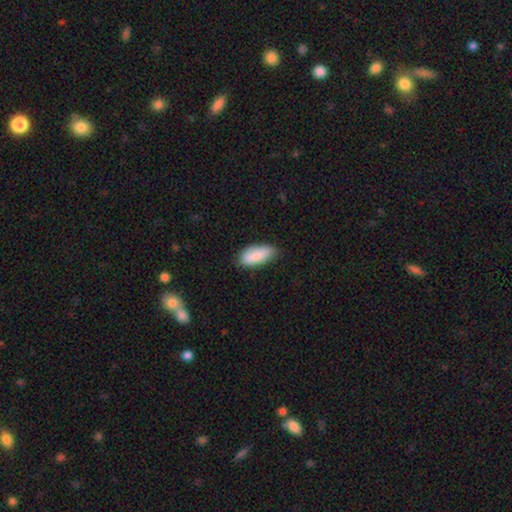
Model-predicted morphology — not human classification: Smooth or featured? smooth (87%)
How rounded? in between (79%)
Merging? none (79%)